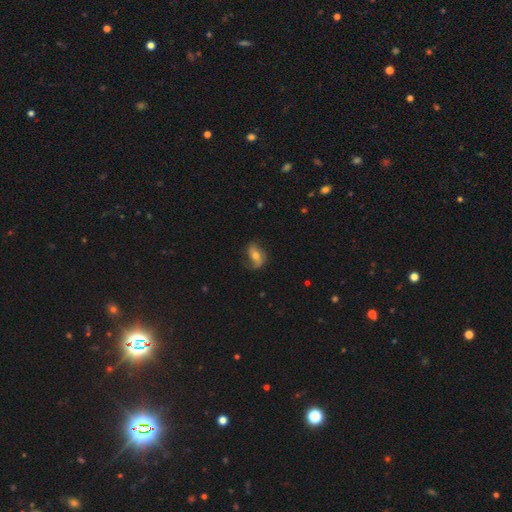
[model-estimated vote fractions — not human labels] Smooth or featured? featured or disk (57%)
Edge-on disk? no (93%)
Bar? no (50%)
Spiral arms? yes (83%)
Bulge size? moderate (64%)
Merging? none (61%)